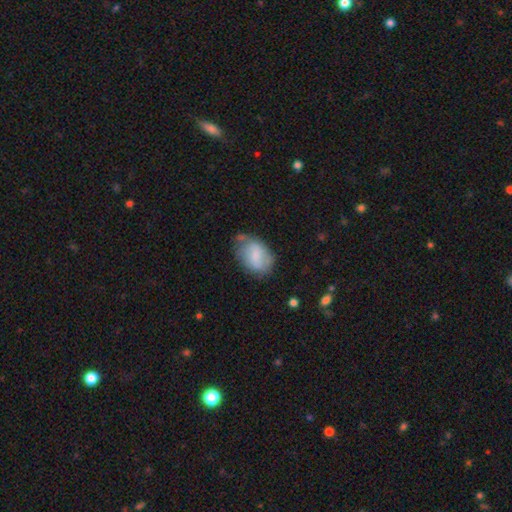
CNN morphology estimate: The model was most divided on "merging": none: 50%, minor disturbance: 34%, major disturbance: 11%, merger: 6%. More confident: how rounded — in between (82%); smooth or featured — smooth (70%).